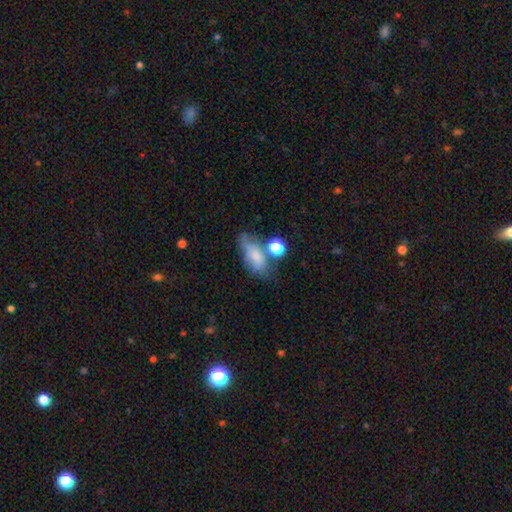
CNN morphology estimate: Smooth or featured? smooth (69%)
How rounded? in between (80%)
Merging? none (37%)